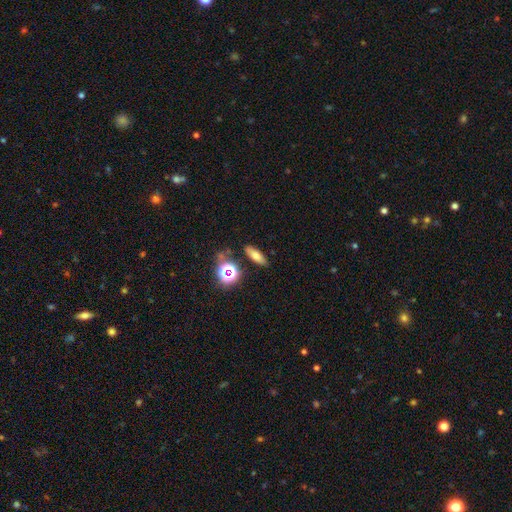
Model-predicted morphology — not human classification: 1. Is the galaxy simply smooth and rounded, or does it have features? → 65% smooth, 18% featured or disk, 17% star or artifact.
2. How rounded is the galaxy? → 54% in between, 37% cigar-shaped, 9% round.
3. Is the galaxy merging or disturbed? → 83% none, 10% minor disturbance, 4% merger, 3% major disturbance.